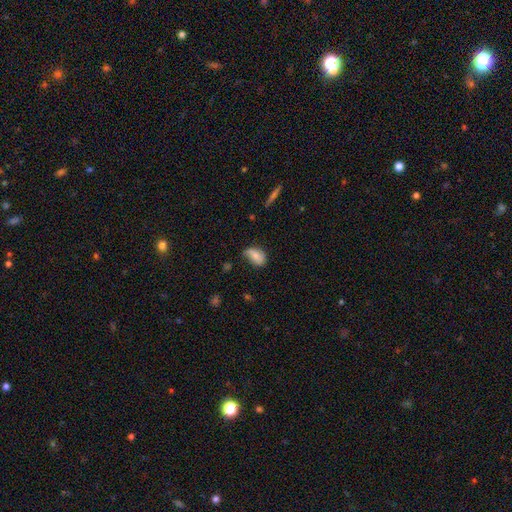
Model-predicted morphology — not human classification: smooth_or_featured: smooth (p=0.66) [alt: featured or disk p=0.26]
how_rounded: in between (p=0.85) [alt: round p=0.13]
merging: none (p=0.41) [alt: minor disturbance p=0.40]